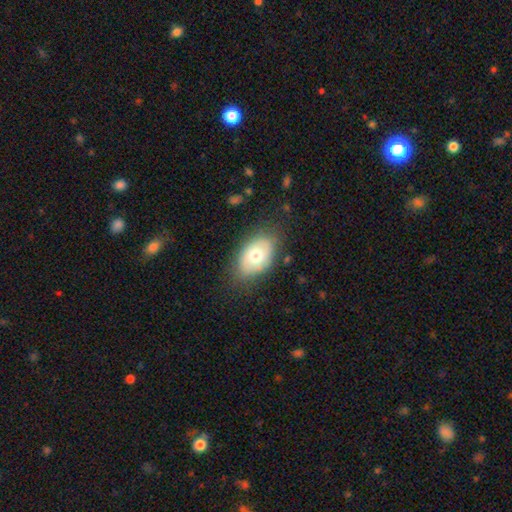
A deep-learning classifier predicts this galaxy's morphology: Smooth or featured?
  - smooth: 67% *
  - featured or disk: 26%
  - star or artifact: 7%
How rounded?
  - in between: 87% *
  - round: 11%
  - cigar-shaped: 1%
Merging?
  - none: 75% *
  - minor disturbance: 18%
  - major disturbance: 5%
  - merger: 2%